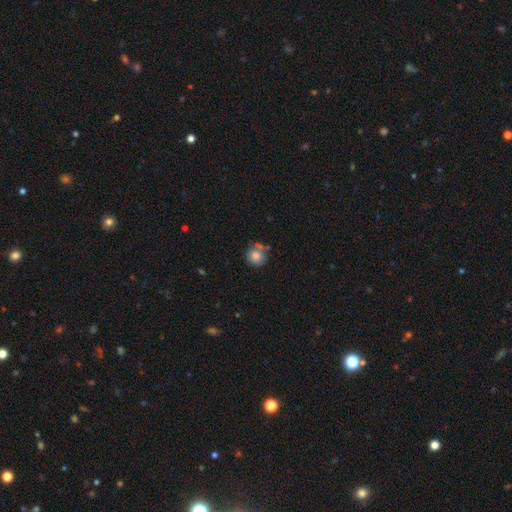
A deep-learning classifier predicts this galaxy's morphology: A smooth galaxy with no disk features (77%) that is round (89%).

Vote fractions:
- Smooth or featured? smooth: 77% / featured or disk: 14% / star or artifact: 10%
- How rounded? round: 89% / in between: 10% / cigar-shaped: 1%
- Merging? none: 62% / merger: 17% / minor disturbance: 16% / major disturbance: 5%